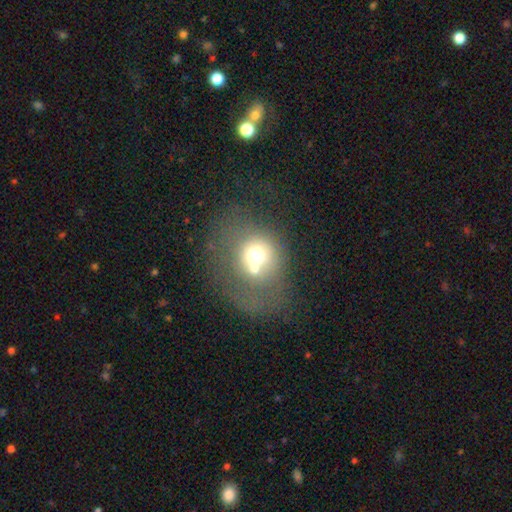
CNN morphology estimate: smooth_or_featured: smooth (p=0.59) [alt: featured or disk p=0.25]
how_rounded: round (p=0.77) [alt: in between p=0.22]
merging: merger (p=0.42) [alt: none p=0.34]